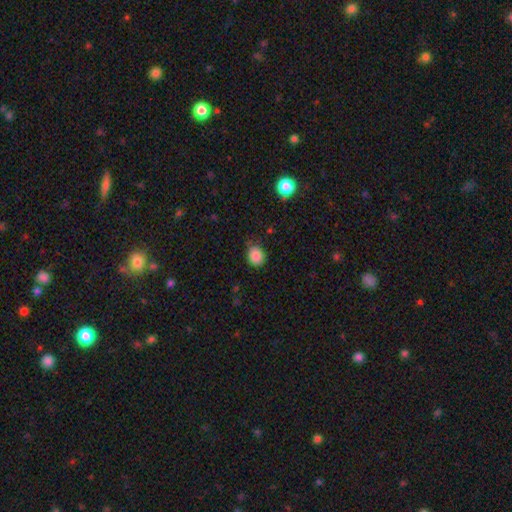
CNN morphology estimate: Smooth or featured? Predicted: smooth (p=0.86). How rounded? Predicted: round (p=0.62). Merging? Predicted: none (p=0.68).